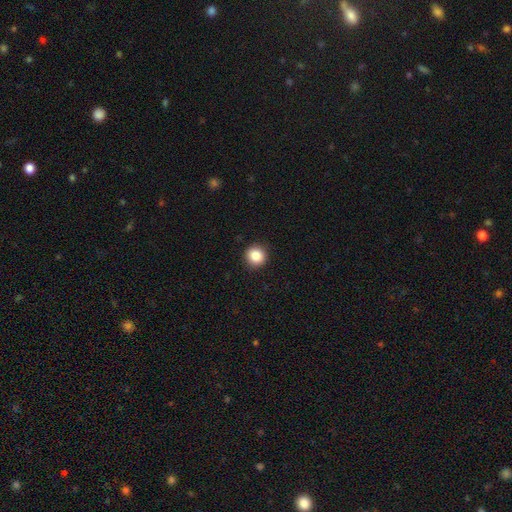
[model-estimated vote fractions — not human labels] Morphology: type=smooth (86%); roundness=round (93%); merging=none (92%).